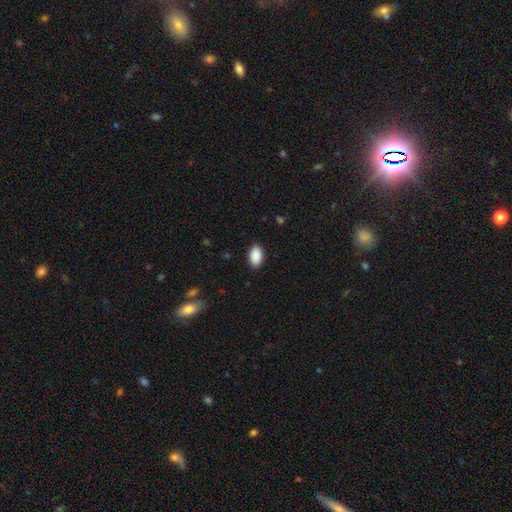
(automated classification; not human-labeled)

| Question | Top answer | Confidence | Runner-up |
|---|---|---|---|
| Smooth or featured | smooth | 90% | star or artifact (7%) |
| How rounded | in between | 92% | round (7%) |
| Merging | none | 89% | minor disturbance (8%) |